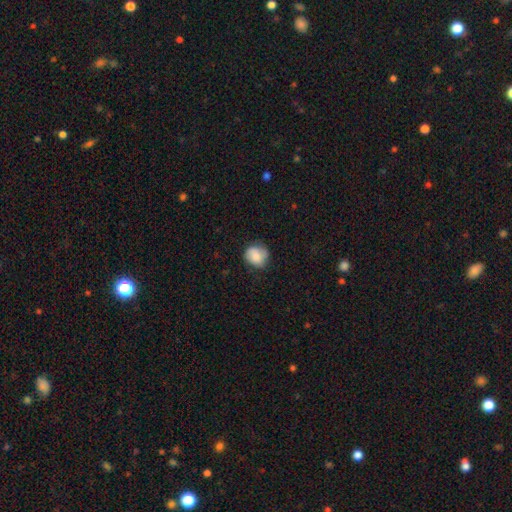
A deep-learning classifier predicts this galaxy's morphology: The model was most divided on "merging": none: 71%, minor disturbance: 22%, major disturbance: 6%, merger: 1%. More confident: how rounded — round (79%); smooth or featured — smooth (76%).